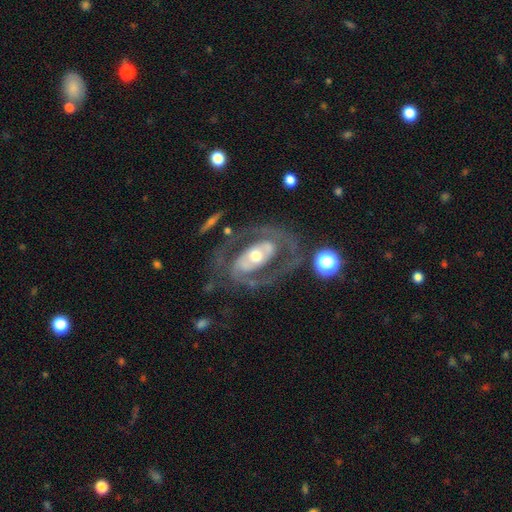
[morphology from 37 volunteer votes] type=featured or disk (76%); edge-on=no (93%); bar=strong (42%); spiral arms=yes (73%); winding=tight (37%); arm count=2 (53%); bulge=moderate (73%); merging=none (57%).